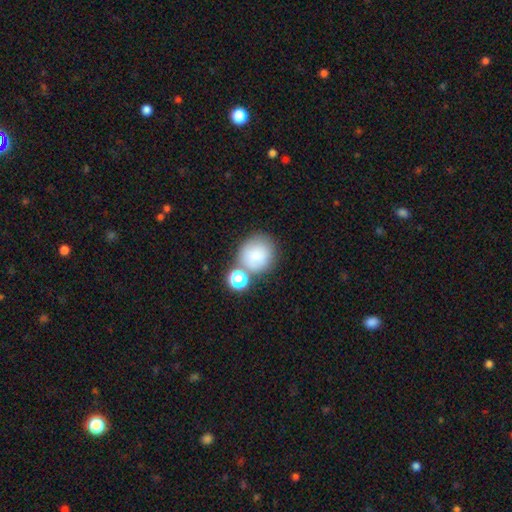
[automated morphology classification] Smooth or featured: smooth — 77% (featured or disk — 11%)
How rounded: round — 88% (in between — 11%)
Merging: none — 60% (merger — 22%)